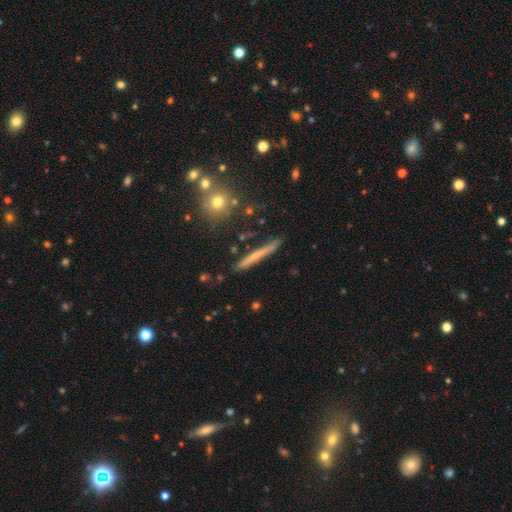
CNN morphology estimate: smooth 50%, featured or disk 40%, star or artifact 9%. Down the decision tree: how rounded — cigar-shaped (93%); merging — none (82%).